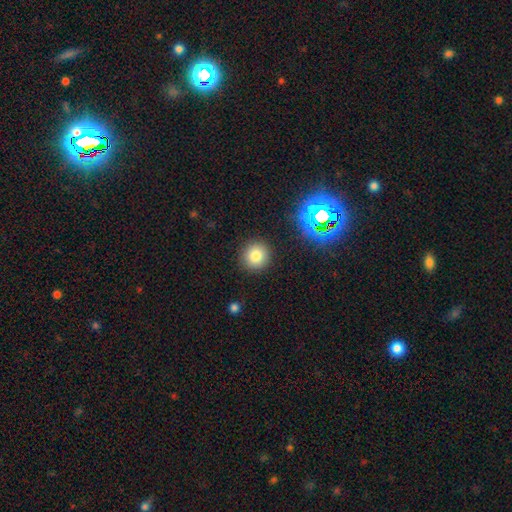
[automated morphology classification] Smooth or featured? Predicted: smooth (p=0.79). How rounded? Predicted: round (p=0.93). Merging? Predicted: none (p=0.91).